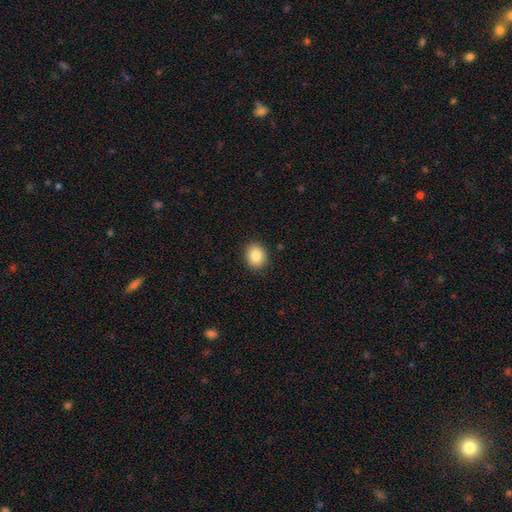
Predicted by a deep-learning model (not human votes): Morphology: type=smooth (85%); roundness=round (62%); merging=none (90%).